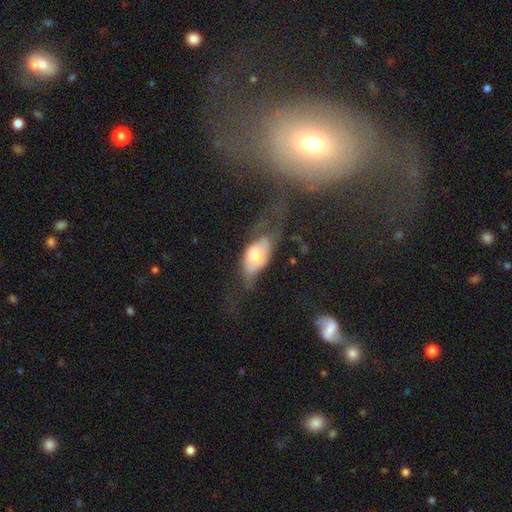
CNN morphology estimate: smooth 47%, featured or disk 44%, star or artifact 8%. Down the decision tree: merging — major disturbance (41%).